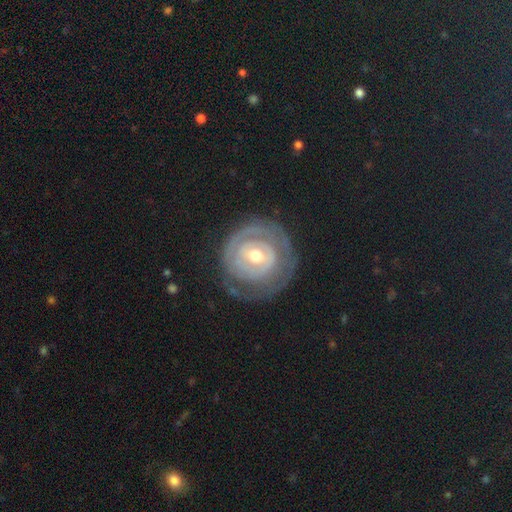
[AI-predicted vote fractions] This appears to be a featured or disk galaxy (76%) with no bar (58%), spiral arms (67%) and a moderate central bulge (63%). Merging: none (70%).